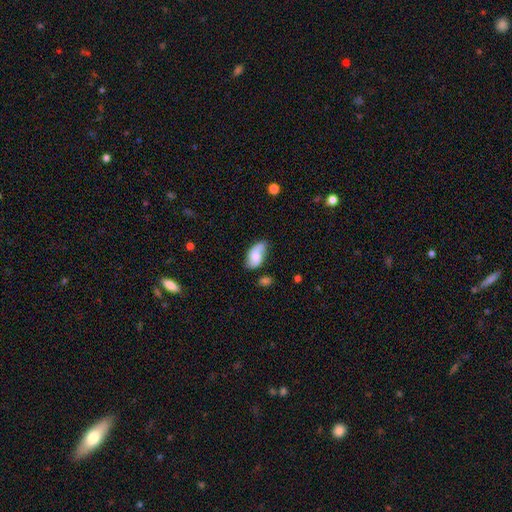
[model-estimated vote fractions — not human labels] This appears to be a smooth galaxy with no disk features (54%) that is in between round and cigar-shaped (92%). Merging: none (59%).